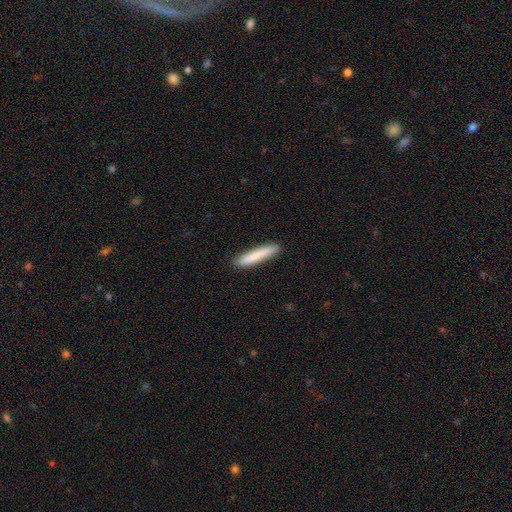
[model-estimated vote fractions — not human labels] A smooth galaxy with no disk features (83%) that is cigar-shaped (93%).

Vote fractions:
- Smooth or featured? smooth: 83% / featured or disk: 12% / star or artifact: 6%
- How rounded? cigar-shaped: 93% / in between: 5% / round: 1%
- Merging? none: 90% / minor disturbance: 7% / major disturbance: 1% / merger: 1%